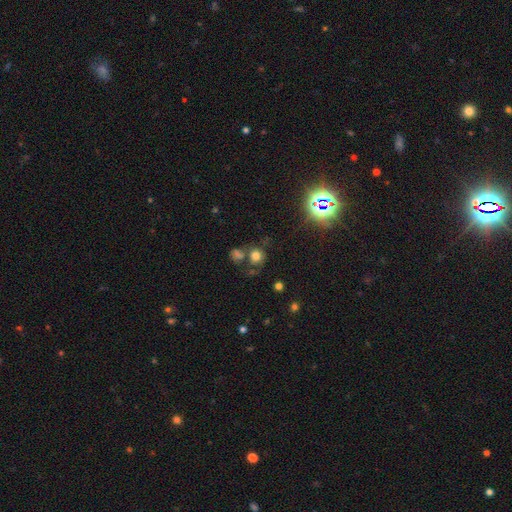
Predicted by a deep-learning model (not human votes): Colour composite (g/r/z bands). It shows a smooth galaxy with no disk features (64%) that is round (84%). Merging: none (54%).